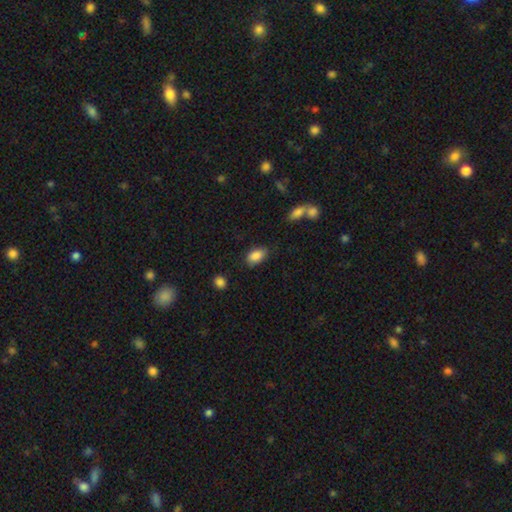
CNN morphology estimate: Smooth or featured: smooth — 87% (star or artifact — 7%)
How rounded: in between — 90% (round — 8%)
Merging: none — 74% (minor disturbance — 19%)